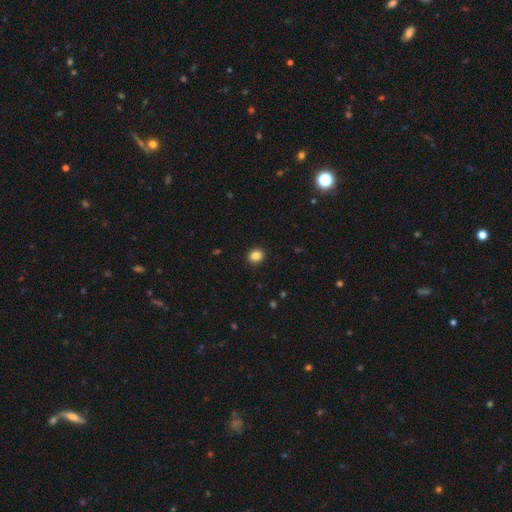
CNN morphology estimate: smooth_or_featured: smooth (p=0.86) [alt: star or artifact p=0.10]
how_rounded: round (p=0.65) [alt: in between p=0.34]
merging: none (p=0.92) [alt: minor disturbance p=0.06]